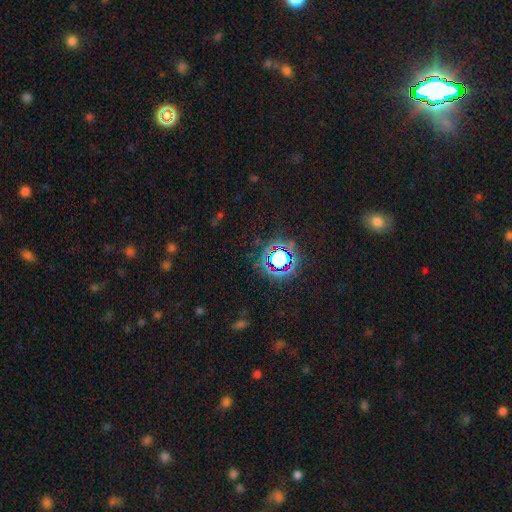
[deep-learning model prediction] This is likely a star or artifact rather than a galaxy (78%).